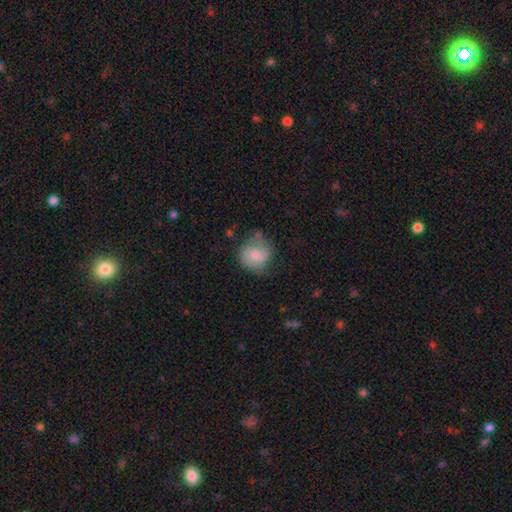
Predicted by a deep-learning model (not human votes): Morphology: type=smooth (63%); roundness=round (74%); merging=none (47%).